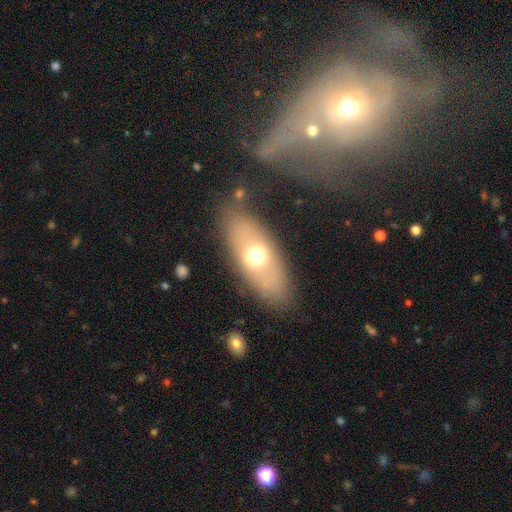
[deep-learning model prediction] A smooth galaxy with no disk features (59%) that is in between round and cigar-shaped (78%).

Vote fractions:
- Smooth or featured? smooth: 59% / featured or disk: 30% / star or artifact: 11%
- How rounded? in between: 78% / cigar-shaped: 13% / round: 9%
- Merging? none: 80% / minor disturbance: 11% / major disturbance: 7% / merger: 2%